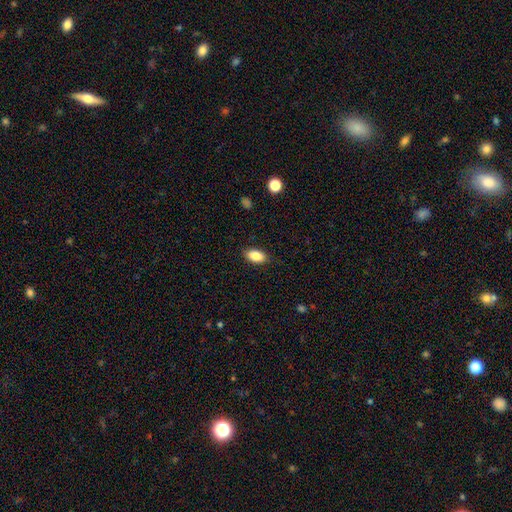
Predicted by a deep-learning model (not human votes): This appears to be a smooth galaxy with no disk features (86%) that is in between round and cigar-shaped (91%). Merging: none (86%).